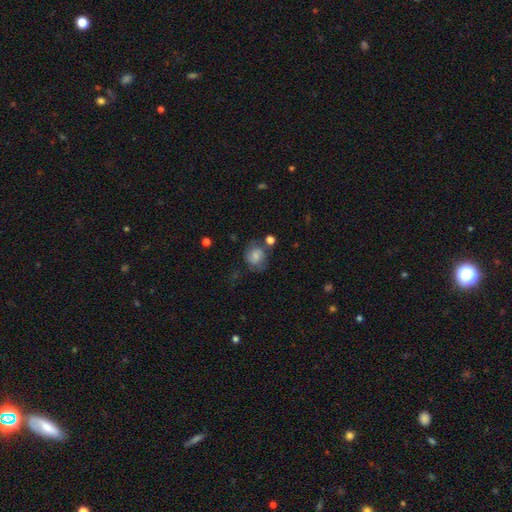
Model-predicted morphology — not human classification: This appears to be a smooth galaxy with no disk features (60%) that is round (69%). Merging: none (56%).